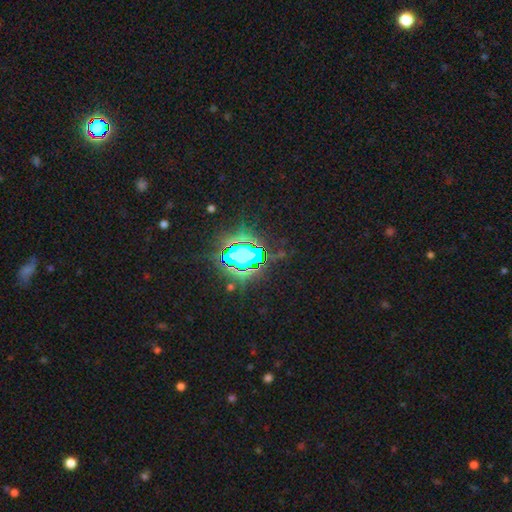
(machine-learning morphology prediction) Smooth or featured?
  - star or artifact: 83% *
  - smooth: 10%
  - featured or disk: 7%